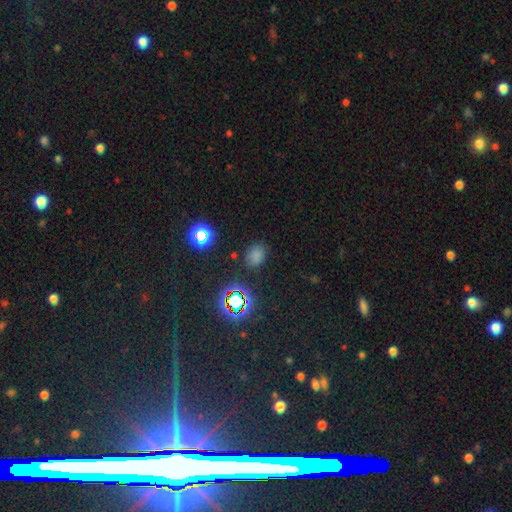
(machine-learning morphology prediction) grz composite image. It shows a smooth galaxy with no disk features (66%) that is in between round and cigar-shaped (56%). Merging: none (79%).